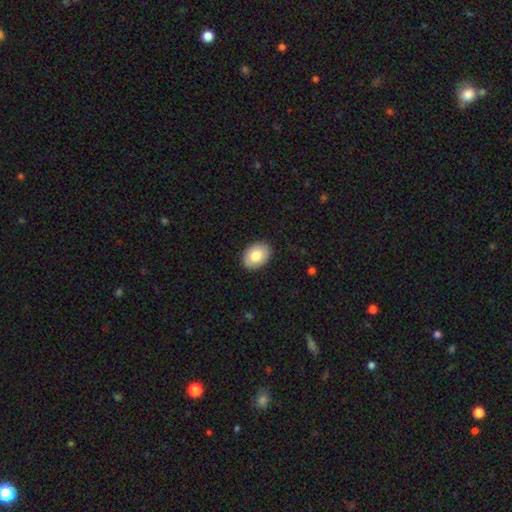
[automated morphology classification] smooth 81%, featured or disk 12%, star or artifact 6%. Down the decision tree: how rounded — in between (79%); merging — none (89%).